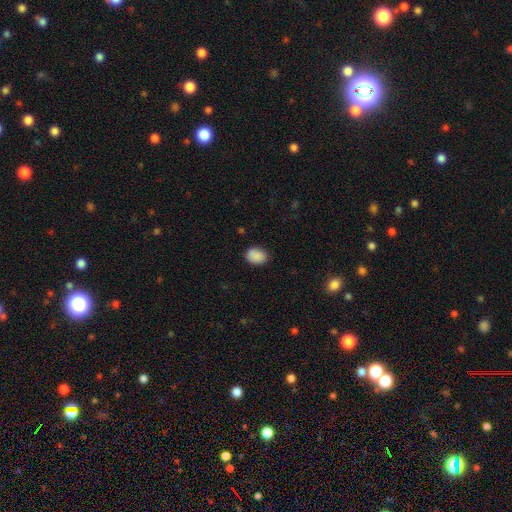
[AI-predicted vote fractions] Smooth or featured?
  - smooth: 89% *
  - star or artifact: 8%
  - featured or disk: 3%
How rounded?
  - in between: 72% *
  - round: 27%
  - cigar-shaped: 1%
Merging?
  - none: 84% *
  - minor disturbance: 12%
  - major disturbance: 3%
  - merger: 1%